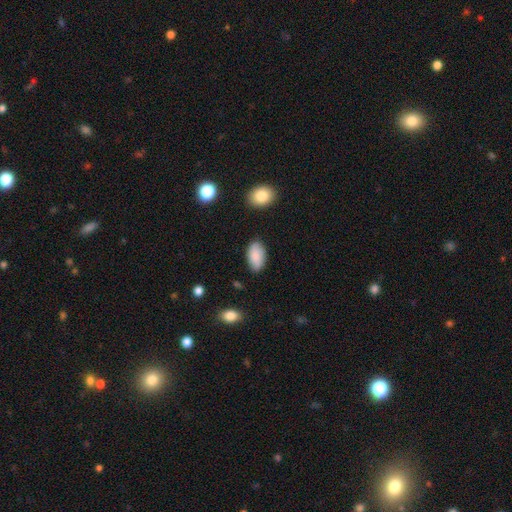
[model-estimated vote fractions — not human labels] Overall: smooth (84%). How rounded: in between (94%). Merging: none (83%).